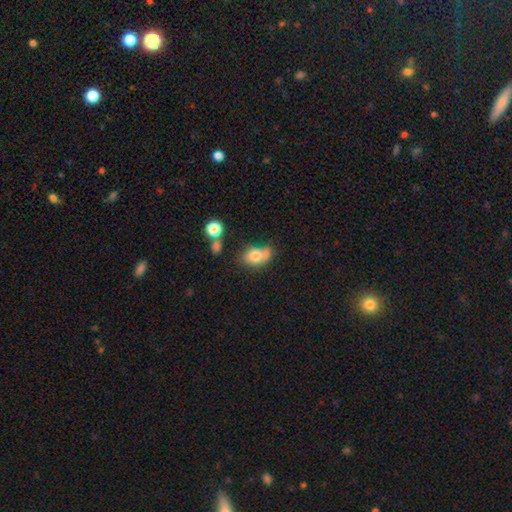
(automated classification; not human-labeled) Smooth or featured?
  - smooth: 74% *
  - featured or disk: 16%
  - star or artifact: 10%
How rounded?
  - in between: 67% *
  - round: 31%
  - cigar-shaped: 2%
Merging?
  - none: 35% *
  - merger: 26%
  - minor disturbance: 24%
  - major disturbance: 15%